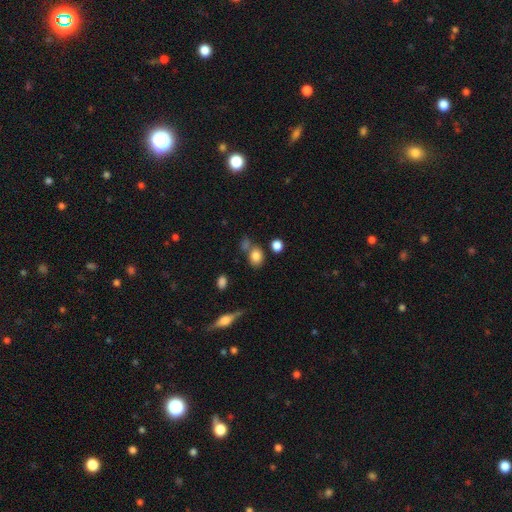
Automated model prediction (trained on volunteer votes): smooth 81%, star or artifact 11%, featured or disk 8%. Down the decision tree: how rounded — in between (56%); merging — none (64%).